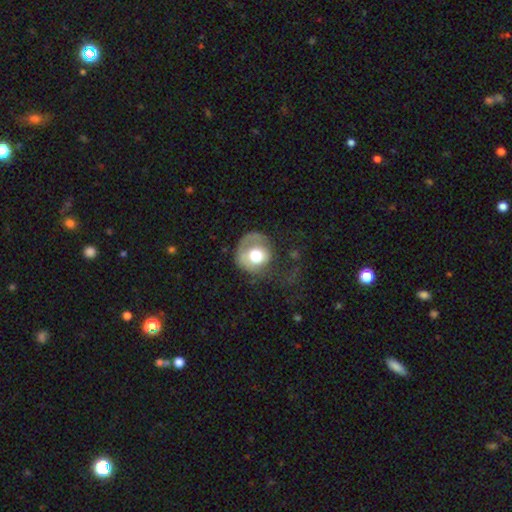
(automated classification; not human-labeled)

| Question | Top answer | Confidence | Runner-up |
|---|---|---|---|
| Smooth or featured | smooth | 57% | featured or disk (35%) |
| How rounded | round | 79% | in between (21%) |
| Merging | major disturbance | 39% | none (34%) |